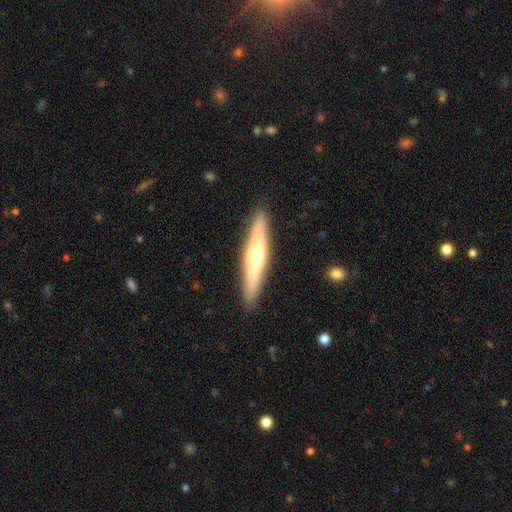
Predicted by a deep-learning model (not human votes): featured or disk 55%, smooth 40%, star or artifact 6%. Down the decision tree: edge-on disk — yes (91%); merging — none (90%).